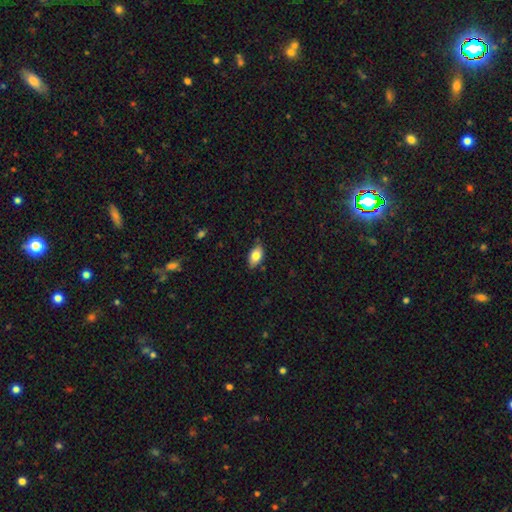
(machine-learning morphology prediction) Smooth or featured? smooth (80%)
How rounded? in between (92%)
Merging? none (82%)